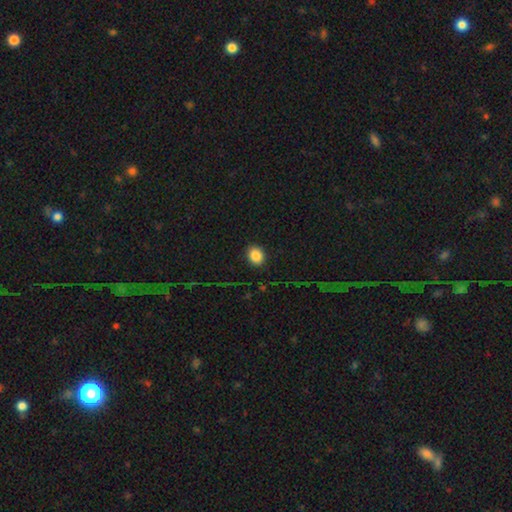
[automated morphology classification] A smooth galaxy with no disk features (87%) that is round (58%).

Vote fractions:
- Smooth or featured? smooth: 87% / star or artifact: 9% / featured or disk: 4%
- How rounded? round: 58% / in between: 41% / cigar-shaped: 1%
- Merging? none: 90% / minor disturbance: 6% / major disturbance: 2% / merger: 1%